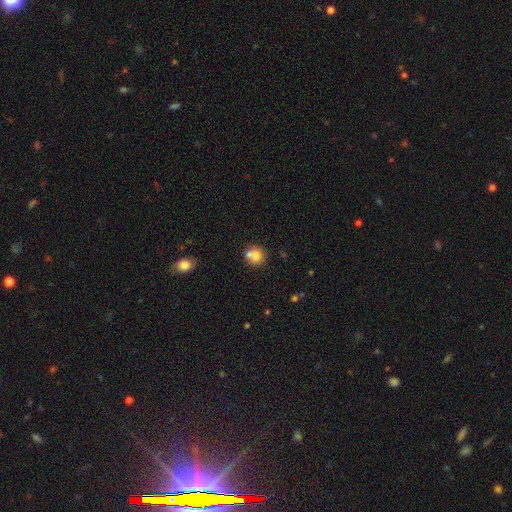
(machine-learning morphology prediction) Smooth or featured?
  - smooth: 76% *
  - featured or disk: 13%
  - star or artifact: 10%
How rounded?
  - round: 84% *
  - in between: 15%
  - cigar-shaped: 1%
Merging?
  - none: 51% *
  - merger: 36%
  - minor disturbance: 10%
  - major disturbance: 3%